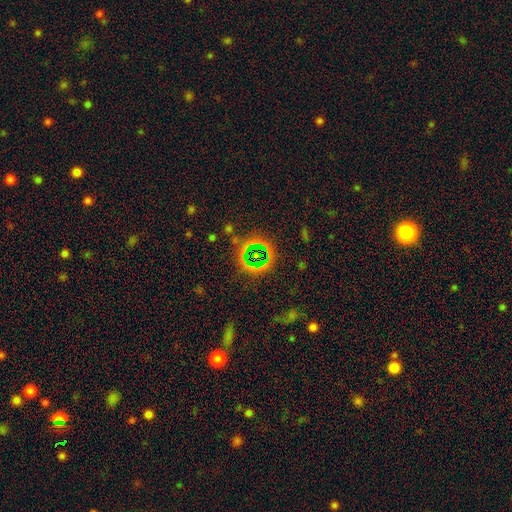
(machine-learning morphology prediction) Overall: star or artifact (72%).